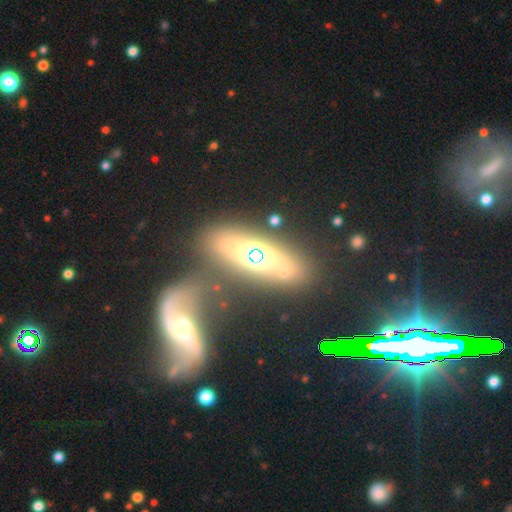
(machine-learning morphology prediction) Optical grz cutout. It shows a smooth galaxy with no disk features (39%). Merging: none (70%).